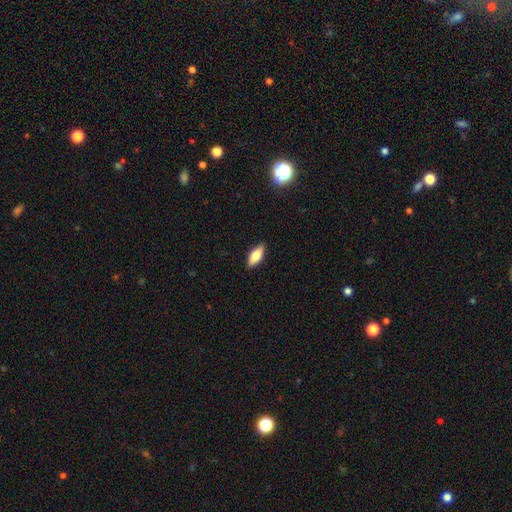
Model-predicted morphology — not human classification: Overall: smooth (70%). How rounded: in between (73%). Merging: none (88%).